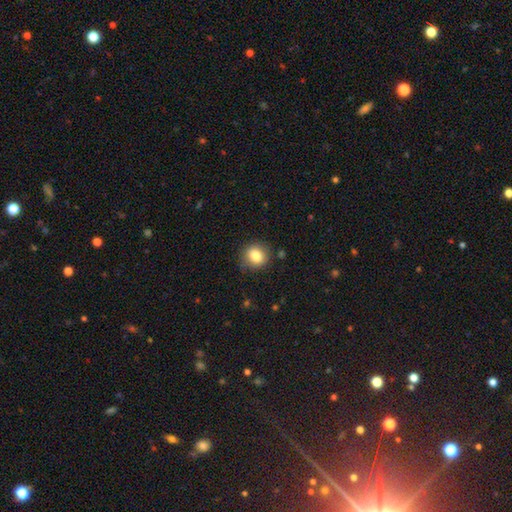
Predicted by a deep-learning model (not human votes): A smooth galaxy with no disk features (82%) that is round (77%). Merging: none (84%).